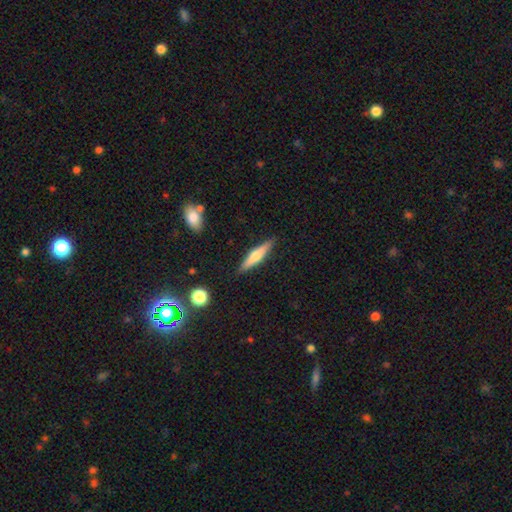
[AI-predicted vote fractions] The model was most divided on "smooth or featured": featured or disk: 50%, smooth: 44%, star or artifact: 6%. More confident: edge-on disk — yes (95%); merging — none (89%).